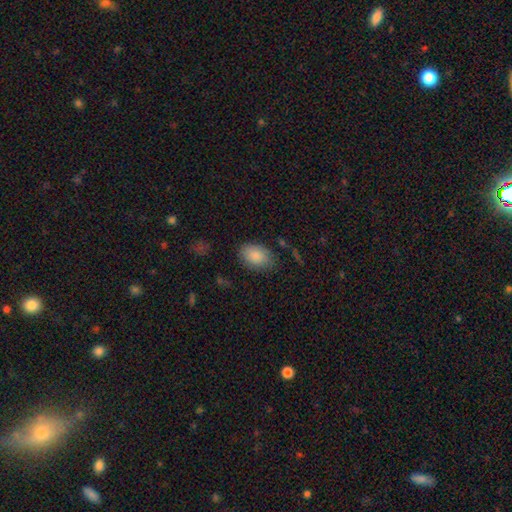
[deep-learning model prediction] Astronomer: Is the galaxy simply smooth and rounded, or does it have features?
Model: smooth — 87%.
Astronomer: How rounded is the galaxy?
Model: in between — 86%.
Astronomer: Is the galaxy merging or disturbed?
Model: none — 78%.